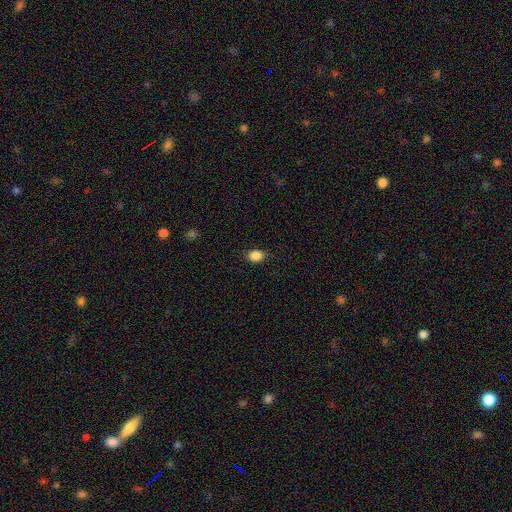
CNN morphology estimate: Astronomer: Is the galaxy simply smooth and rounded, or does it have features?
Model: smooth — 87%.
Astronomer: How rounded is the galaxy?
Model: in between — 66%.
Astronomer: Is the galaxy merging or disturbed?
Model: none — 85%.